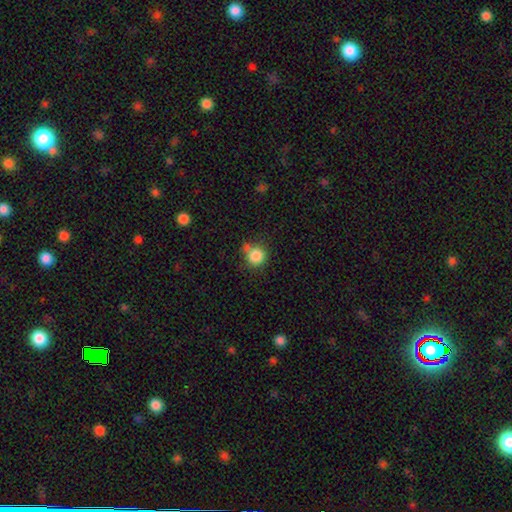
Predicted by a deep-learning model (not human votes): Morphology: type=smooth (85%); roundness=round (90%); merging=none (59%).